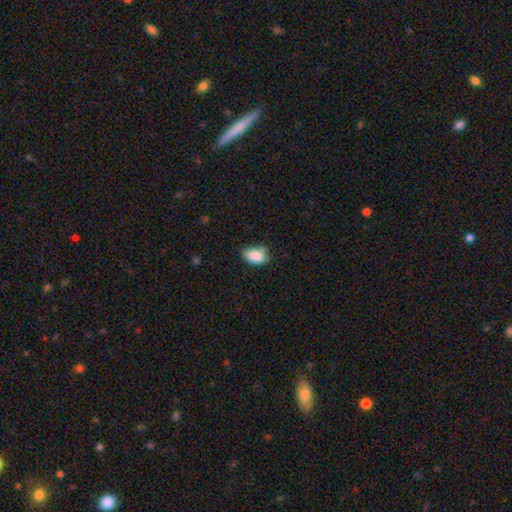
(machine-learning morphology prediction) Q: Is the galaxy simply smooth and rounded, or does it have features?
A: smooth — 86%.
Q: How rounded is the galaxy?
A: in between — 87%.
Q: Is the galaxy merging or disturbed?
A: none — 59%.